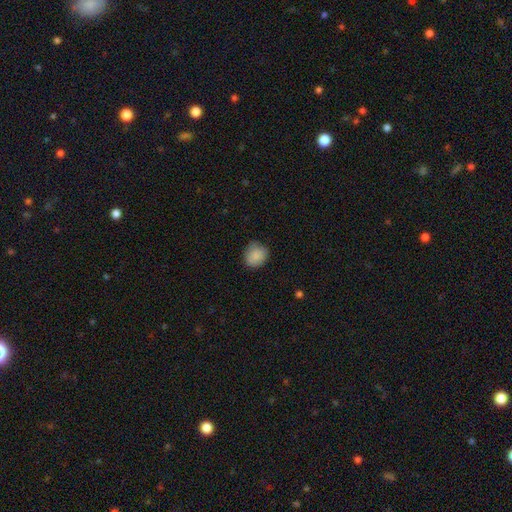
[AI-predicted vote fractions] smooth-or-featured: smooth: 87% | star or artifact: 8% | featured or disk: 5%
  how-rounded: round: 79% | in between: 20% | cigar-shaped: 1%
  merging: none: 77% | minor disturbance: 18% | major disturbance: 3% | merger: 1%